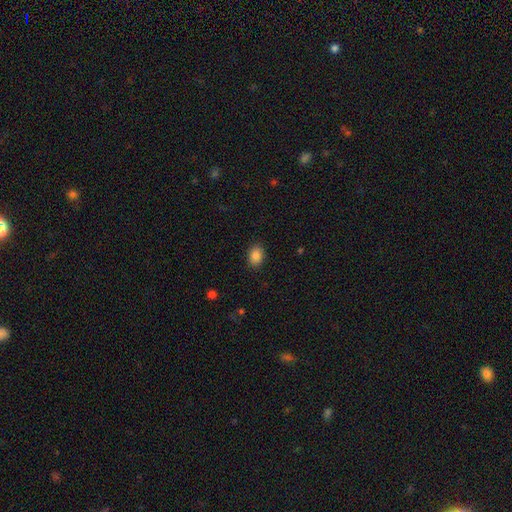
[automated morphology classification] smooth-or-featured: smooth: 87% | star or artifact: 9% | featured or disk: 4%
  how-rounded: in between: 78% | round: 21% | cigar-shaped: 1%
  merging: none: 88% | minor disturbance: 8% | major disturbance: 2% | merger: 1%